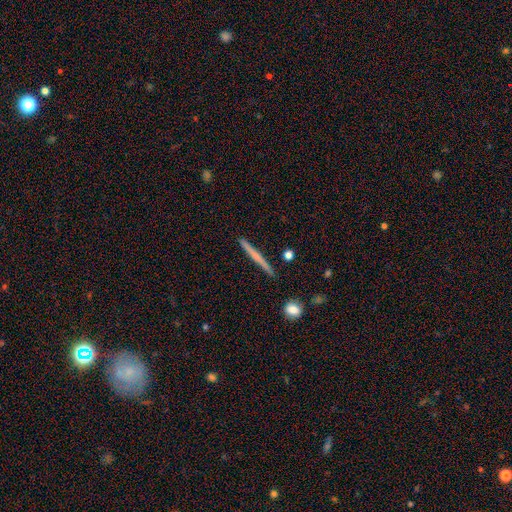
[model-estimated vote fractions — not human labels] smooth-or-featured: featured or disk: 50% | smooth: 43% | star or artifact: 6%
  disk-edge-on: yes: 97% | no: 3%
  merging: none: 90% | minor disturbance: 7% | merger: 2% | major disturbance: 1%